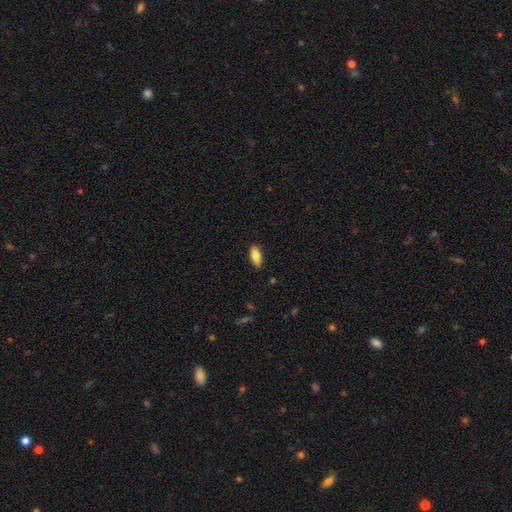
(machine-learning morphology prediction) smooth 78%, featured or disk 16%, star or artifact 7%. Down the decision tree: how rounded — in between (83%); merging — none (88%).